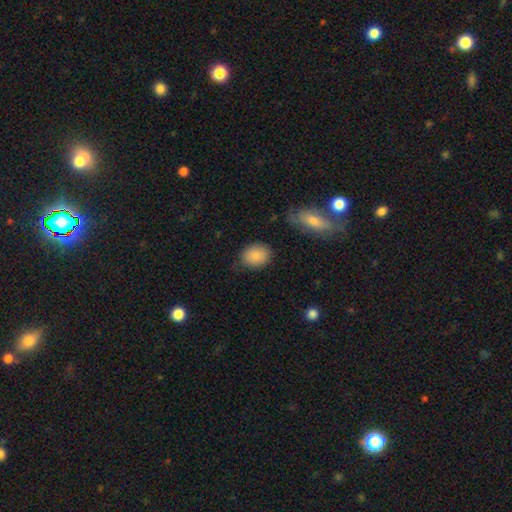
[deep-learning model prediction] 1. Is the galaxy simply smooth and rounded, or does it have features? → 87% smooth, 8% star or artifact, 5% featured or disk.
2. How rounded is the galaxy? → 62% in between, 36% round, 1% cigar-shaped.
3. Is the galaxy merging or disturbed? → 76% none, 17% minor disturbance, 4% major disturbance, 3% merger.